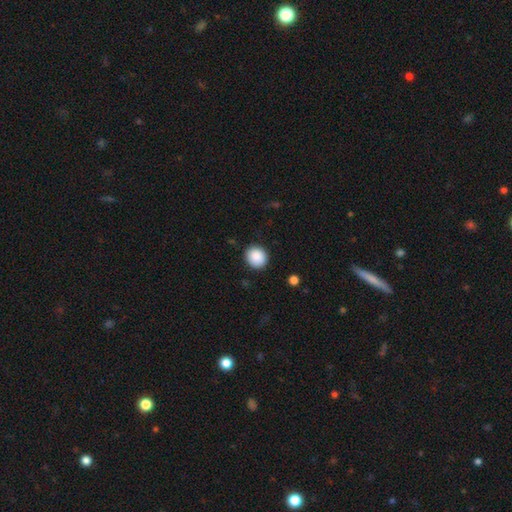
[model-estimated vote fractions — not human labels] smooth_or_featured: smooth (p=0.89) [alt: star or artifact p=0.08]
how_rounded: round (p=0.83) [alt: in between p=0.16]
merging: none (p=0.89) [alt: minor disturbance p=0.08]